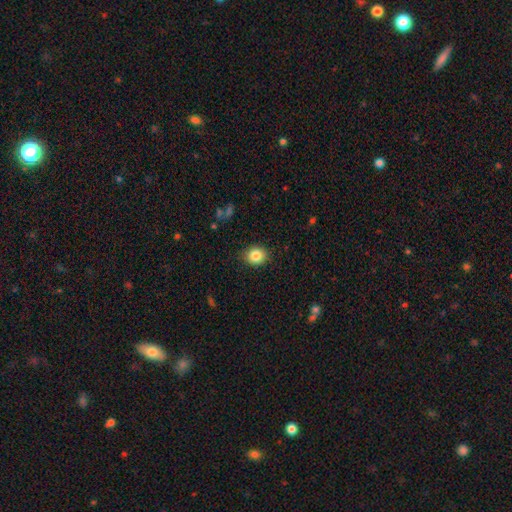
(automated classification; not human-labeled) A smooth galaxy with no disk features (85%) that is round (71%).

Vote fractions:
- Smooth or featured? smooth: 85% / star or artifact: 10% / featured or disk: 5%
- How rounded? round: 71% / in between: 28% / cigar-shaped: 1%
- Merging? none: 87% / minor disturbance: 9% / major disturbance: 2% / merger: 1%